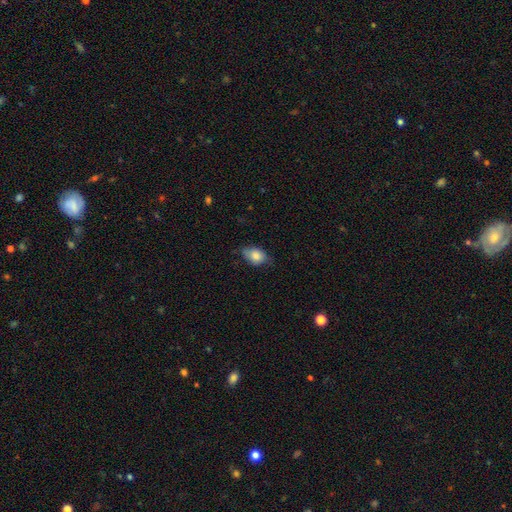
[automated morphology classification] Smooth or featured?
  - smooth: 80% *
  - featured or disk: 12%
  - star or artifact: 7%
How rounded?
  - in between: 77% *
  - round: 21%
  - cigar-shaped: 2%
Merging?
  - none: 58% *
  - minor disturbance: 33%
  - major disturbance: 7%
  - merger: 1%